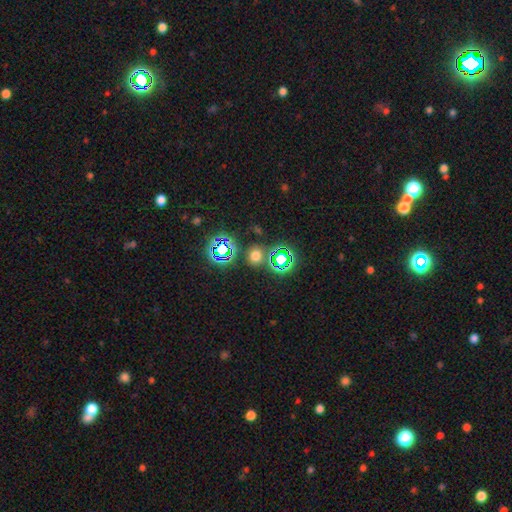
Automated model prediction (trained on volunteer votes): Overall: smooth (47%; star or artifact 45%). Merging: none (79%).